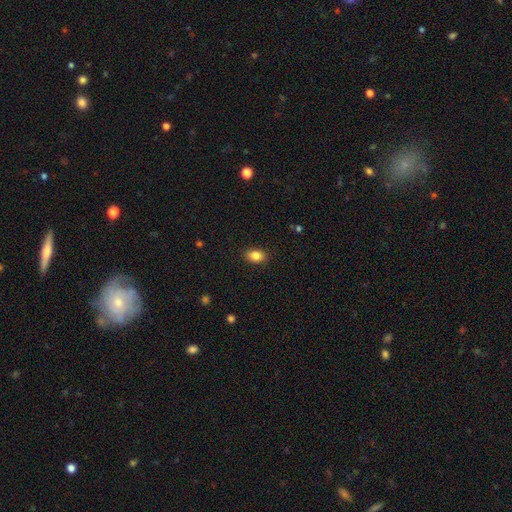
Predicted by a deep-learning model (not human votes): Morphology: type=smooth (85%); roundness=in between (84%); merging=none (89%).